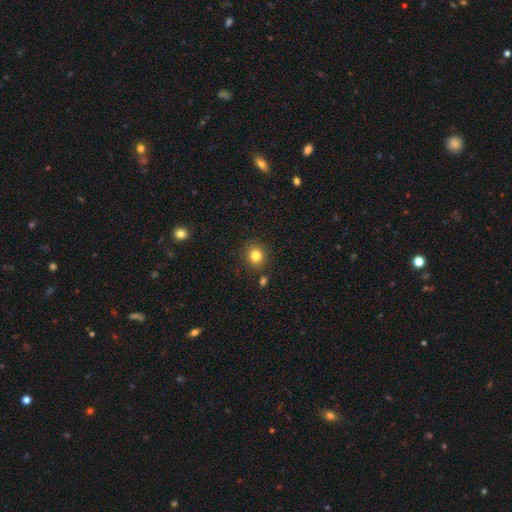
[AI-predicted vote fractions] Overall: smooth (82%). How rounded: round (82%). Merging: none (86%).